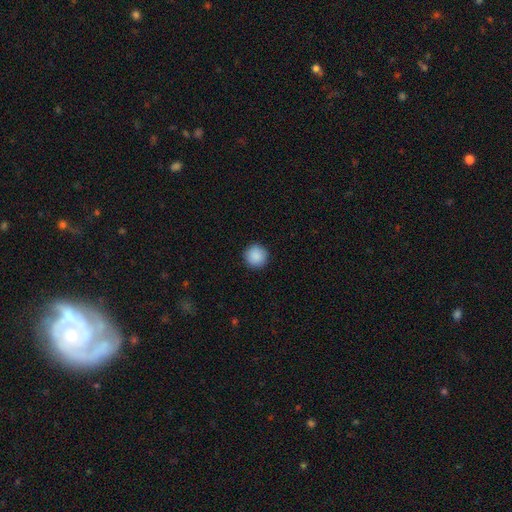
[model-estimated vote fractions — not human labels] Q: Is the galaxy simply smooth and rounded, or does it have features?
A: smooth — 90%.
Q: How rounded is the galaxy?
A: round — 96%.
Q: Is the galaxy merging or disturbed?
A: none — 93%.